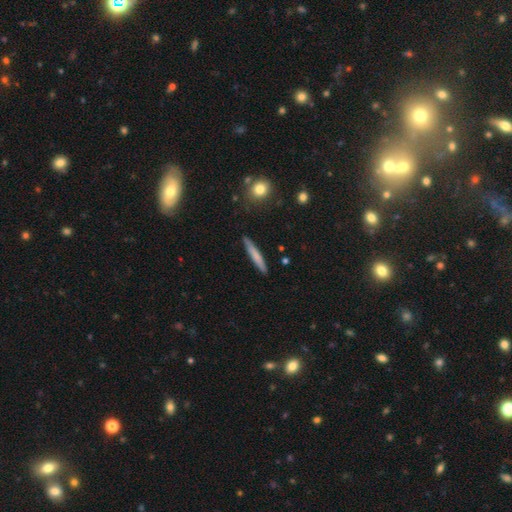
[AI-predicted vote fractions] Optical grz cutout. It shows a smooth galaxy with no disk features (69%) that is cigar-shaped (95%). Merging: none (87%).